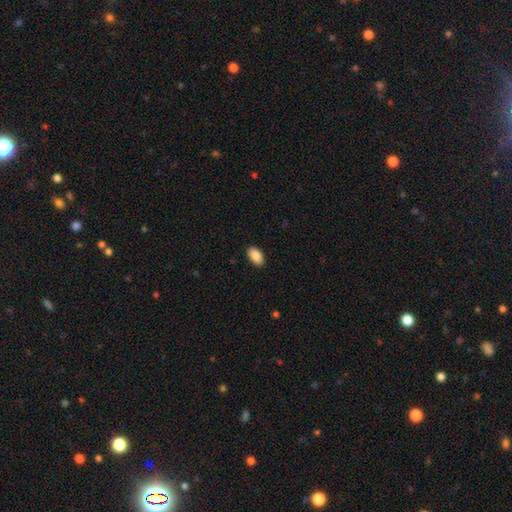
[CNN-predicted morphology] Smooth or featured: smooth — 89% (star or artifact — 7%)
How rounded: in between — 94% (round — 4%)
Merging: none — 89% (minor disturbance — 8%)